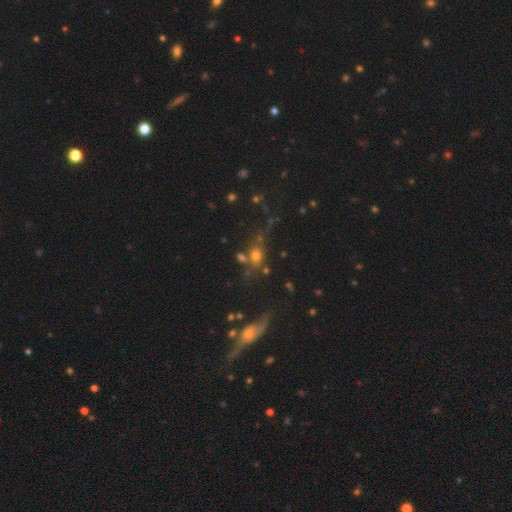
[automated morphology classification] A smooth galaxy with no disk features (64%) that is in between round and cigar-shaped (54%). Merging: none (58%).